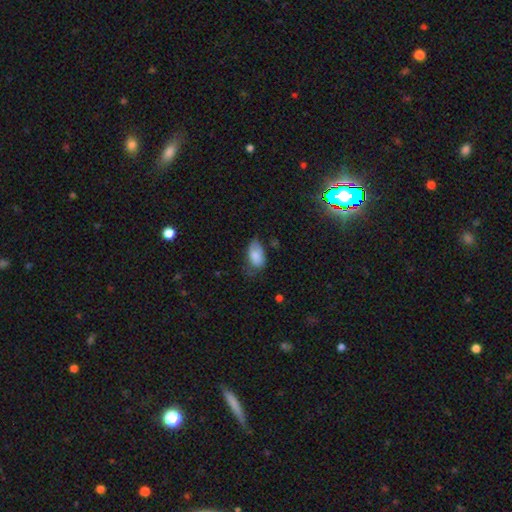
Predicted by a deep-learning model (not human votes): smooth-or-featured: smooth: 81% | featured or disk: 12% | star or artifact: 8%
  how-rounded: in between: 93% | round: 5% | cigar-shaped: 2%
  merging: none: 47% | minor disturbance: 38% | major disturbance: 13% | merger: 2%